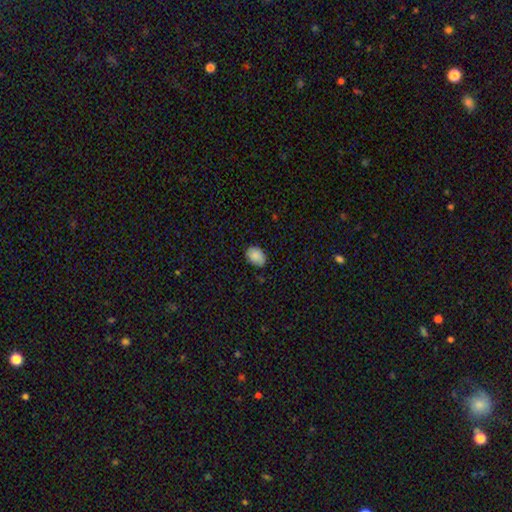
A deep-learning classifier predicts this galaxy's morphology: smooth_or_featured: smooth (p=0.87) [alt: star or artifact p=0.08]
how_rounded: in between (p=0.74) [alt: round p=0.25]
merging: none (p=0.81) [alt: minor disturbance p=0.16]